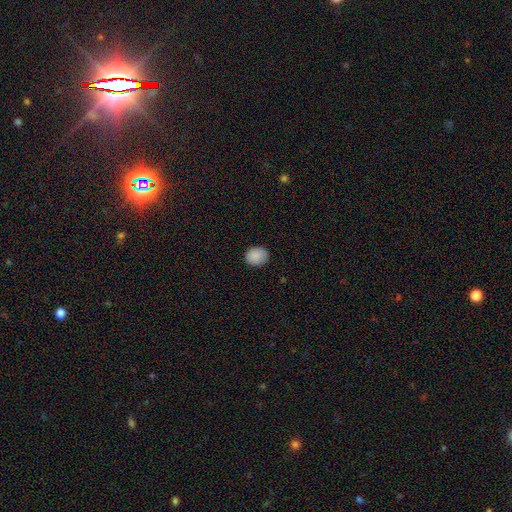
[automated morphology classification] This is clearly a smooth galaxy (89%). How rounded: likely round (64%). Merging: clearly none (87%).